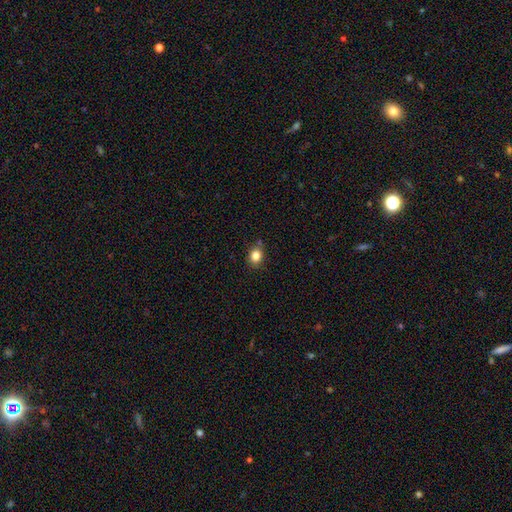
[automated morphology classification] Smooth or featured? Predicted: smooth (p=0.83). How rounded? Predicted: round (p=0.61). Merging? Predicted: none (p=0.80).